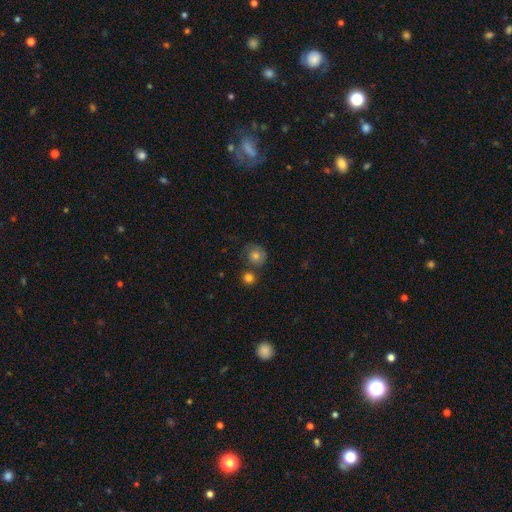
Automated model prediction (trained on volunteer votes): A smooth galaxy with no disk features (72%) that is round (85%).

Vote fractions:
- Smooth or featured? smooth: 72% / featured or disk: 16% / star or artifact: 11%
- How rounded? round: 85% / in between: 14% / cigar-shaped: 1%
- Merging? none: 60% / minor disturbance: 17% / merger: 16% / major disturbance: 7%